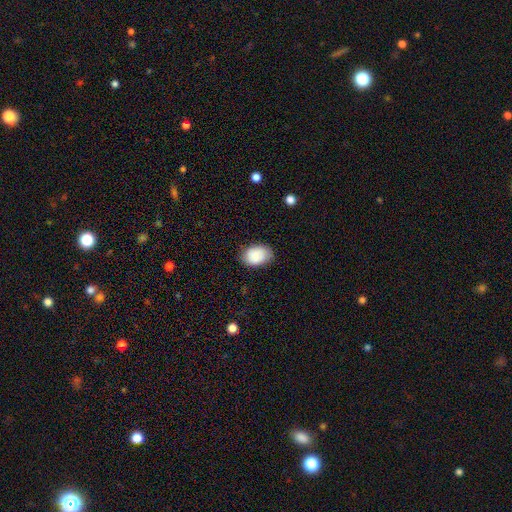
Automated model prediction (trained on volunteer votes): smooth_or_featured: smooth (p=0.85) [alt: featured or disk p=0.08]
how_rounded: in between (p=0.80) [alt: round p=0.19]
merging: none (p=0.74) [alt: minor disturbance p=0.21]